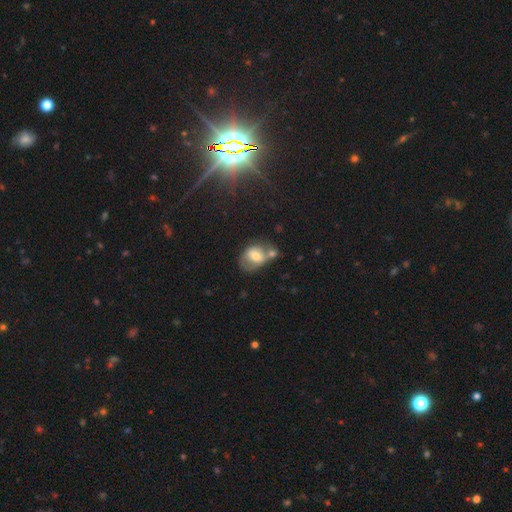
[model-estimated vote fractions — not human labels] This is possibly a smooth galaxy (57%). How rounded: likely in between (65%). Merging: marginally merger (36%).